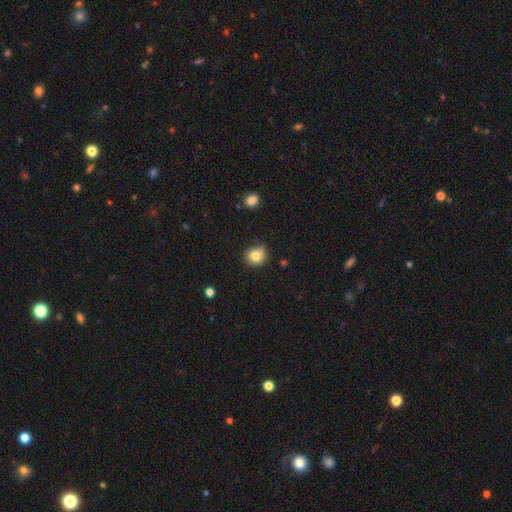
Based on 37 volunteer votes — smooth 84%, featured or disk 11%, star or artifact 5%. Down the decision tree: how rounded — round (90%); merging — none (74%).